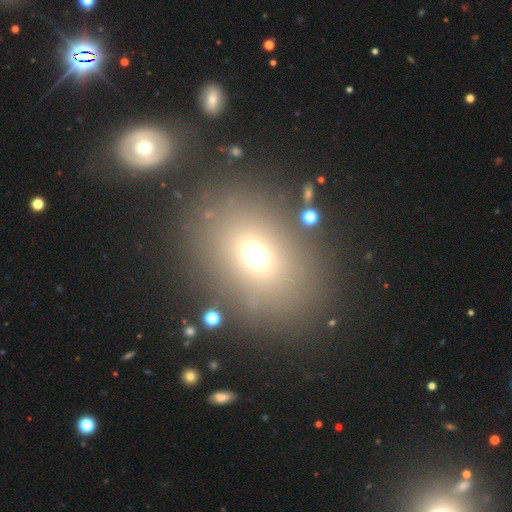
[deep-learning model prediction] Smooth or featured? smooth (66%)
How rounded? in between (54%)
Merging? none (77%)